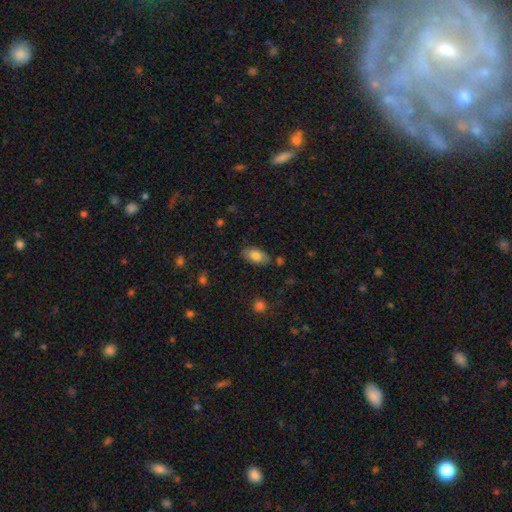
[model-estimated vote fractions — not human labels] A smooth galaxy with no disk features (77%) that is in between round and cigar-shaped (92%). Merging: none (80%).